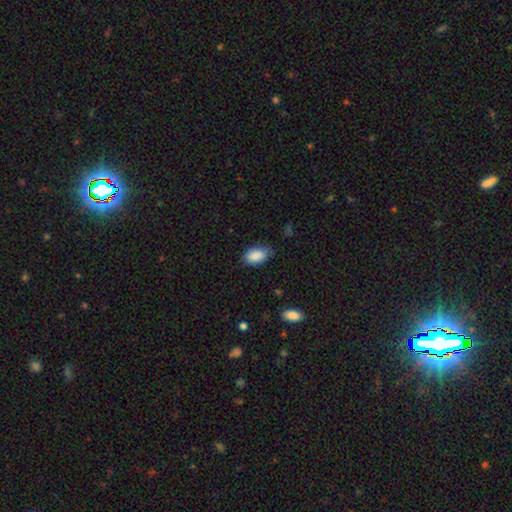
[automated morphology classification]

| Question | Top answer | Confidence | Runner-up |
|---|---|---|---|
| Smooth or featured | smooth | 88% | star or artifact (7%) |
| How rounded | in between | 93% | round (5%) |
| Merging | none | 71% | minor disturbance (23%) |